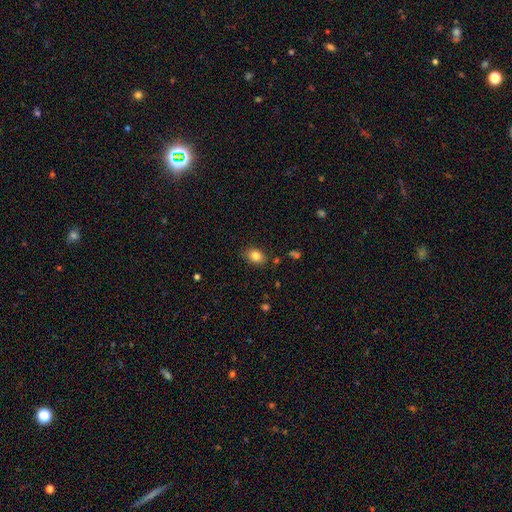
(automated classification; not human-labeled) A smooth galaxy with no disk features (83%) that is in between round and cigar-shaped (73%). Merging: none (83%).